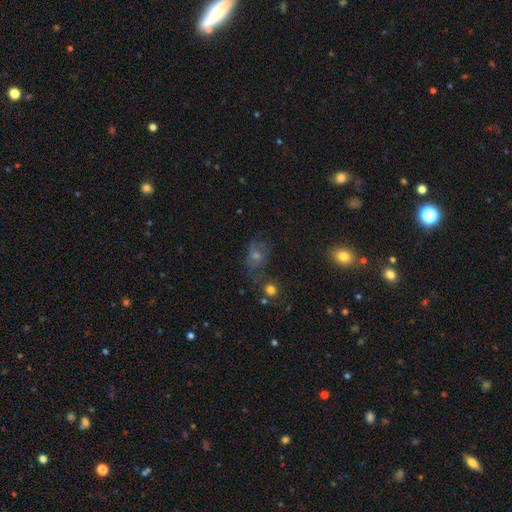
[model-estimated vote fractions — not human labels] smooth_or_featured: smooth (p=0.37) [alt: star or artifact p=0.33]
merging: none (p=0.54) [alt: minor disturbance p=0.21]